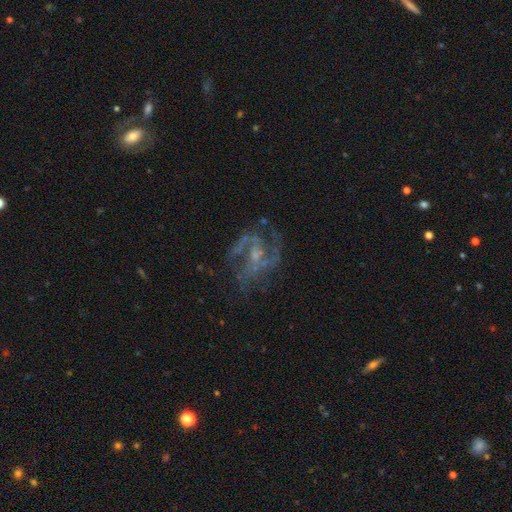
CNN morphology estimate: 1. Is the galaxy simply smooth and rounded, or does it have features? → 82% featured or disk, 10% star or artifact, 8% smooth.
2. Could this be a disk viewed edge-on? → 98% no, 2% yes.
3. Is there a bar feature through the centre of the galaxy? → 47% no, 42% weak, 11% strong.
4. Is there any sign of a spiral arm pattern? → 87% yes, 13% no.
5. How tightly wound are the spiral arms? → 52% medium, 29% loose, 20% tight.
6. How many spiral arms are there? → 53% 2, 18% can't tell, 16% 3, 5% 1, 4% 4, 4% more than 4.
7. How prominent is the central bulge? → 56% small, 23% moderate, 18% none, 2% large, 1% dominant.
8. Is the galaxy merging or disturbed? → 57% none, 22% major disturbance, 18% minor disturbance, 3% merger.